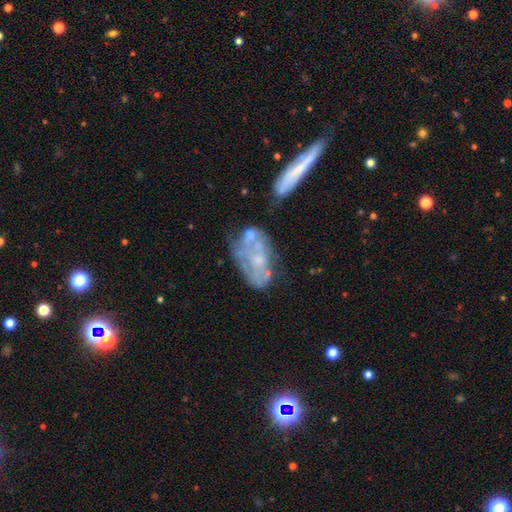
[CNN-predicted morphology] Overall: featured or disk (62%; smooth 28%). Edge-on disk: no (91%). Bar: no (85%). Spiral arms: no (72%). Bulge size: small (40%; none 28%). Merging: none (44%; minor disturbance 22%).